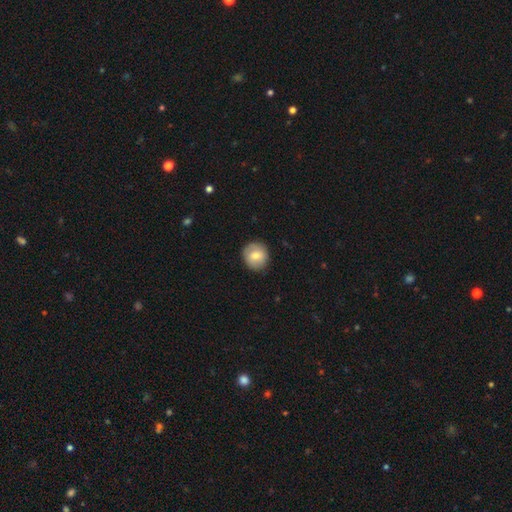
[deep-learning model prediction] smooth-or-featured: smooth: 74% | featured or disk: 19% | star or artifact: 7%
  how-rounded: round: 88% | in between: 11% | cigar-shaped: 1%
  merging: none: 86% | minor disturbance: 11% | major disturbance: 3% | merger: 1%